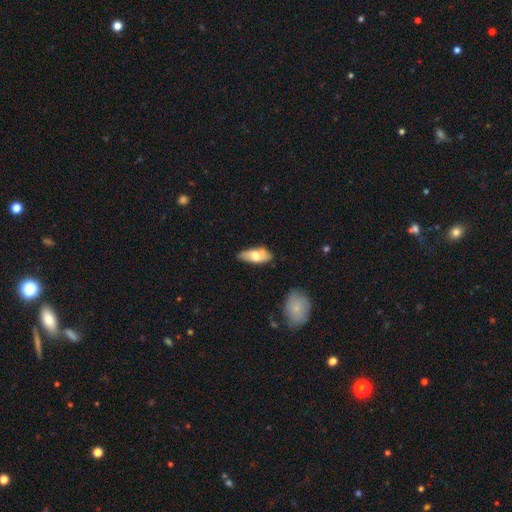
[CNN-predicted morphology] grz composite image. It shows a smooth galaxy with no disk features (64%) that is in between round and cigar-shaped (86%). Merging: none (65%).